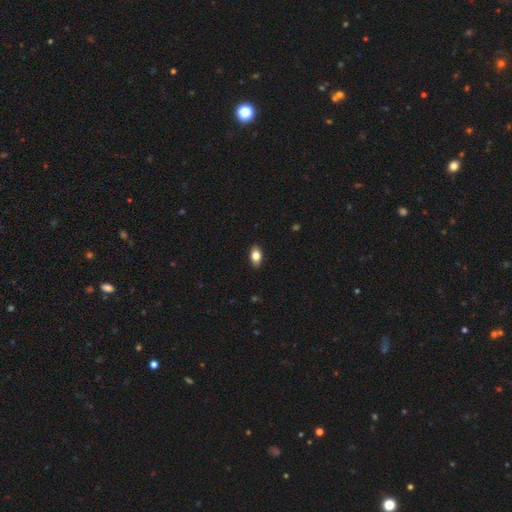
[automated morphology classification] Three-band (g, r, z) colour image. It shows a smooth galaxy with no disk features (82%) that is in between round and cigar-shaped (88%). Merging: none (89%).